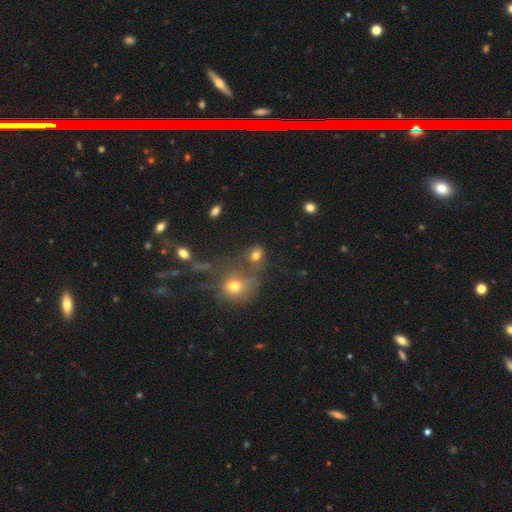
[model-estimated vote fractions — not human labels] smooth 75%, star or artifact 16%, featured or disk 9%. Down the decision tree: how rounded — round (60%); merging — none (56%).